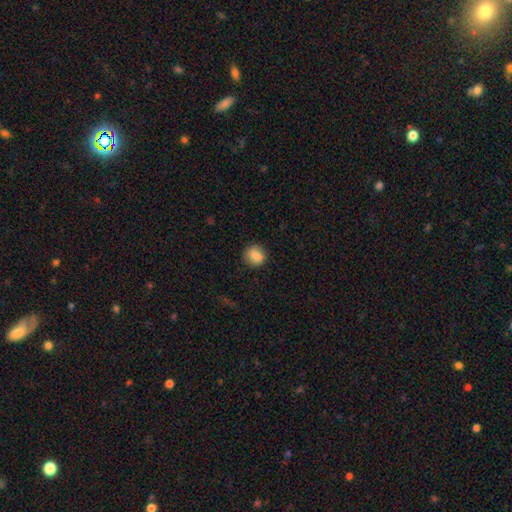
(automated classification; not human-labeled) The model was most divided on "how rounded": round: 73%, in between: 26%, cigar-shaped: 1%. More confident: smooth or featured — smooth (85%); merging — none (82%).